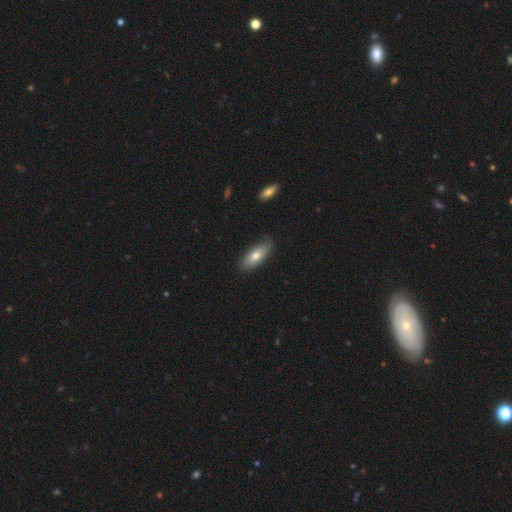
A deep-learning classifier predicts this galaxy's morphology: This is likely a smooth galaxy (75%). How rounded: likely in between (70%). Merging: clearly none (84%).